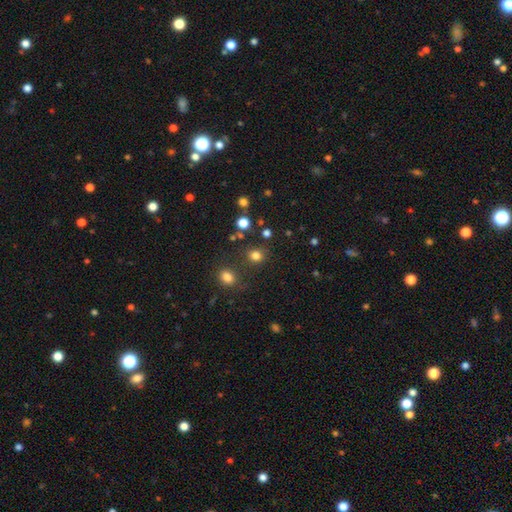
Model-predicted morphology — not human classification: Smooth or featured? Predicted: smooth (p=0.79). How rounded? Predicted: round (p=0.79). Merging? Predicted: none (p=0.79).